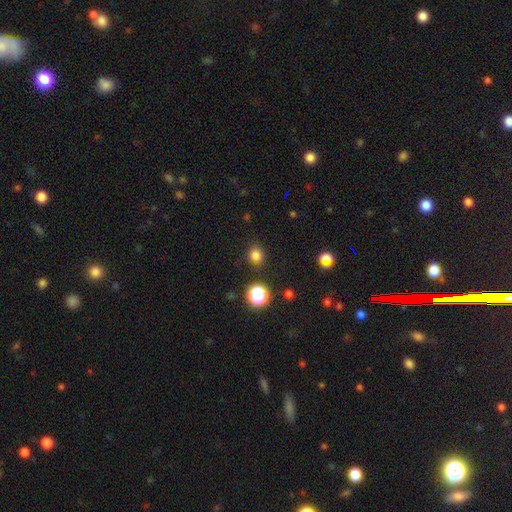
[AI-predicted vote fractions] This is likely a smooth galaxy (79%). How rounded: clearly round (88%). Merging: clearly none (87%).